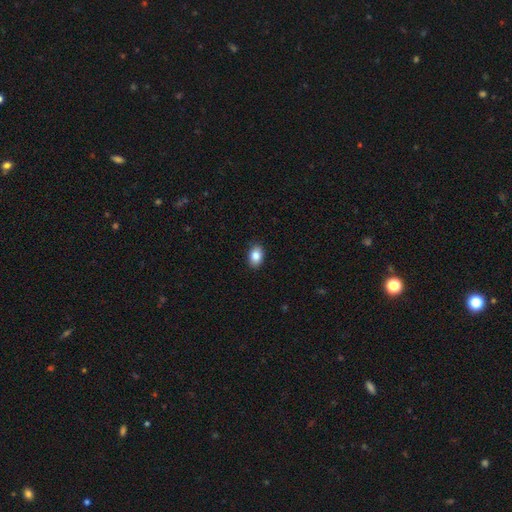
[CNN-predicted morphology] This is clearly a smooth galaxy (87%). How rounded: clearly in between (85%). Merging: clearly none (89%).